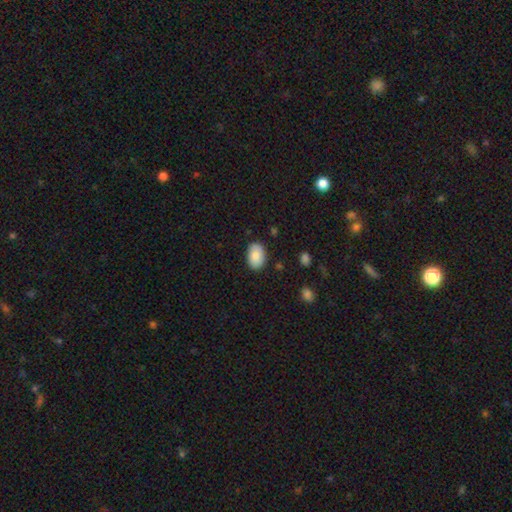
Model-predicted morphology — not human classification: type=smooth (86%); roundness=in between (87%); merging=none (85%).